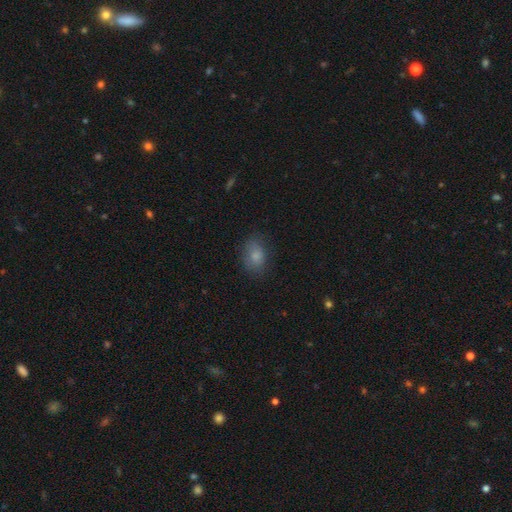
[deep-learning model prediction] This appears to be a smooth galaxy with no disk features (81%) that is in between round and cigar-shaped (66%). Merging: none (73%).